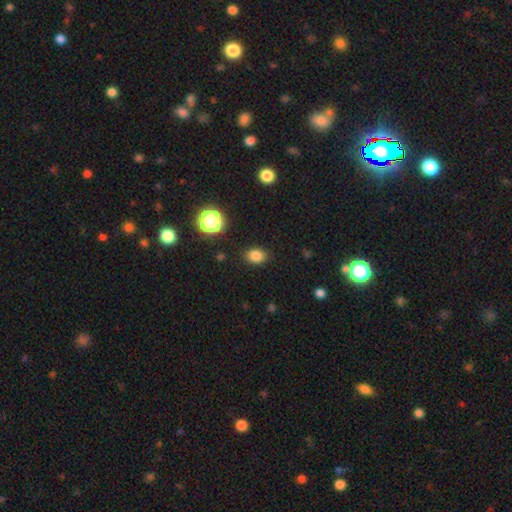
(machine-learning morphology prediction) This appears to be a smooth galaxy with no disk features (82%) that is in between round and cigar-shaped (66%). Merging: none (86%).